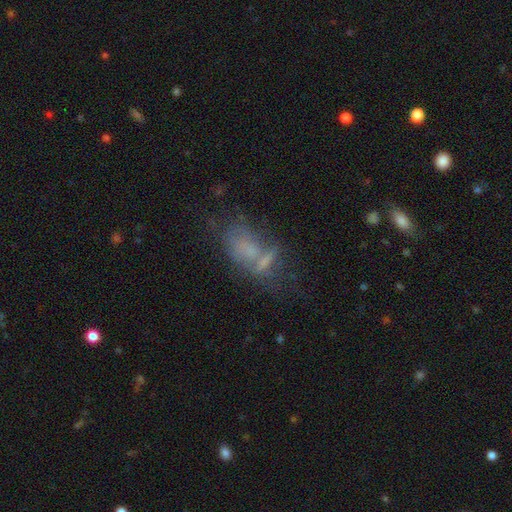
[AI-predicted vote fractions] Morphology: type=smooth (44%); merging=none (33%).